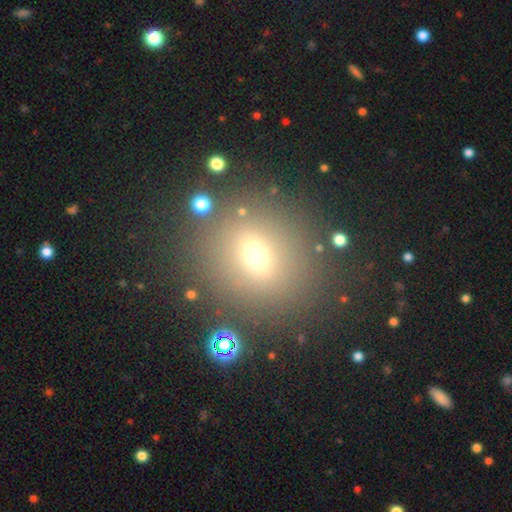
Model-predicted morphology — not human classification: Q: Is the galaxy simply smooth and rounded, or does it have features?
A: smooth — 60%.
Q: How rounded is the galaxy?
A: round — 67%.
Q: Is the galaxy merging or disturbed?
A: none — 83%.